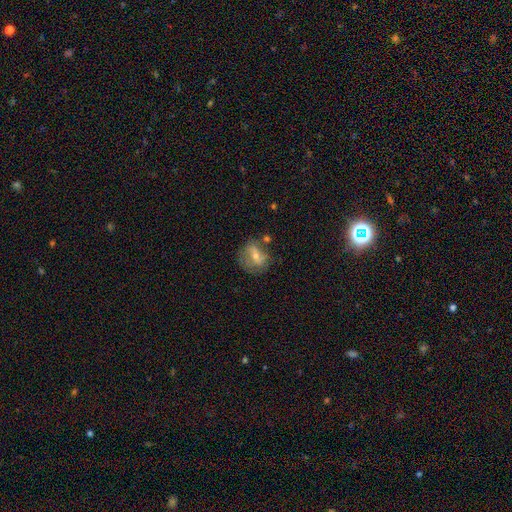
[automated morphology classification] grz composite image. It shows a smooth galaxy with no disk features (47%). Merging: none (52%).